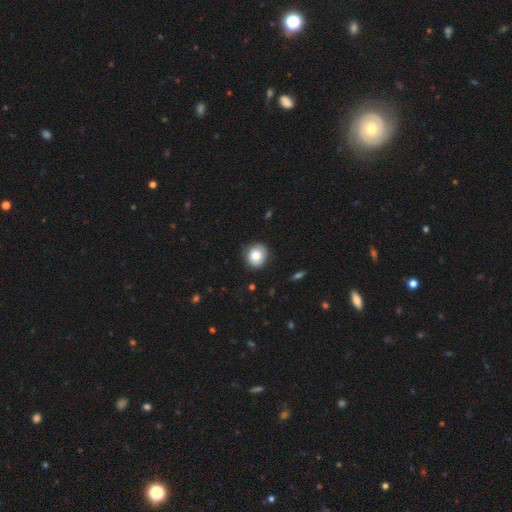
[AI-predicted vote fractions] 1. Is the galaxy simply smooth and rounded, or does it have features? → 81% smooth, 10% featured or disk, 9% star or artifact.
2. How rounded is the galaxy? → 84% round, 15% in between, 1% cigar-shaped.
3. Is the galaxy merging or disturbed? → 85% none, 11% minor disturbance, 2% major disturbance, 1% merger.